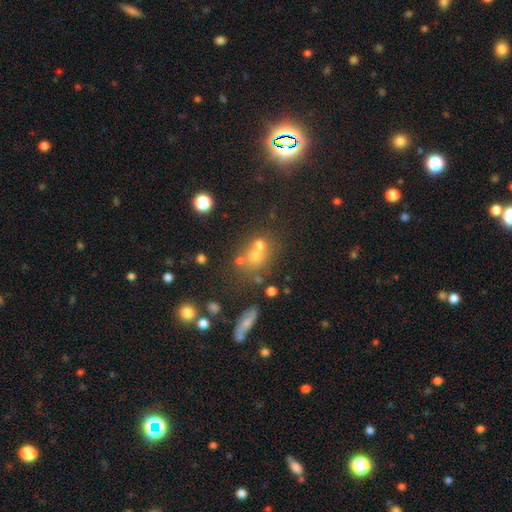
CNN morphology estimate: Smooth or featured?
  - smooth: 55% *
  - star or artifact: 27%
  - featured or disk: 18%
How rounded?
  - round: 73% *
  - in between: 25%
  - cigar-shaped: 2%
Merging?
  - none: 49% *
  - merger: 35%
  - minor disturbance: 11%
  - major disturbance: 5%